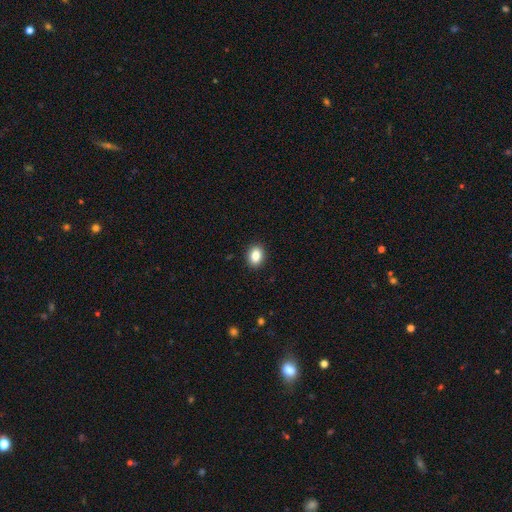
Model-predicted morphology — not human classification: This appears to be a smooth galaxy with no disk features (86%) that is in between round and cigar-shaped (64%). Merging: none (91%).